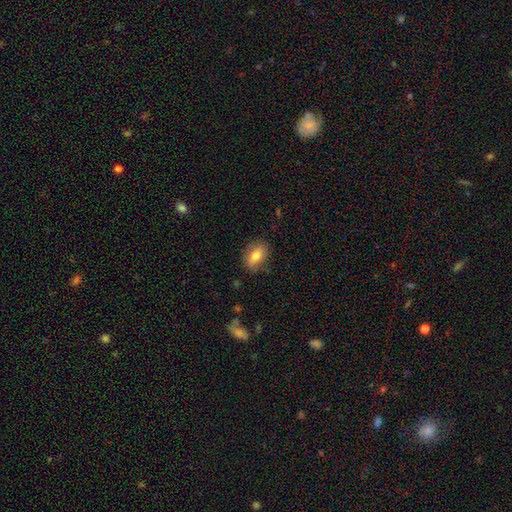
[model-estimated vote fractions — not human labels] A smooth galaxy with no disk features (77%) that is in between round and cigar-shaped (82%).

Vote fractions:
- Smooth or featured? smooth: 77% / featured or disk: 15% / star or artifact: 8%
- How rounded? in between: 82% / round: 14% / cigar-shaped: 3%
- Merging? none: 81% / minor disturbance: 14% / major disturbance: 3% / merger: 1%